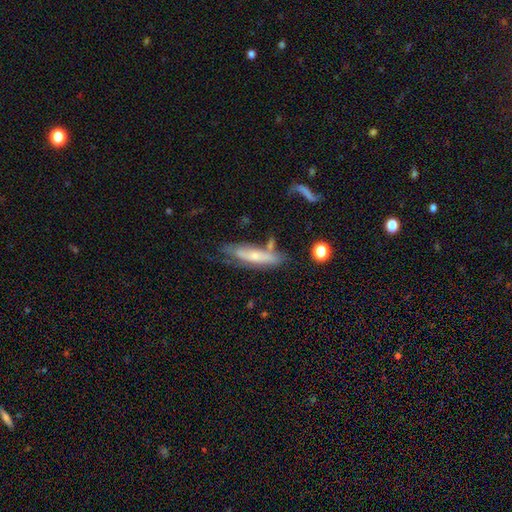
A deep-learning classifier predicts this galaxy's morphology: A smooth galaxy with no disk features (47%).

Vote fractions:
- Smooth or featured? smooth: 47% / featured or disk: 46% / star or artifact: 7%
- Merging? none: 46% / minor disturbance: 28% / major disturbance: 14% / merger: 11%